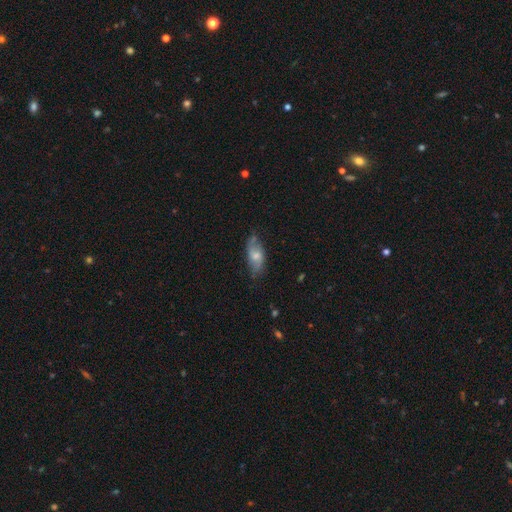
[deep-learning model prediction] Morphology: type=smooth (50%); merging=none (60%).